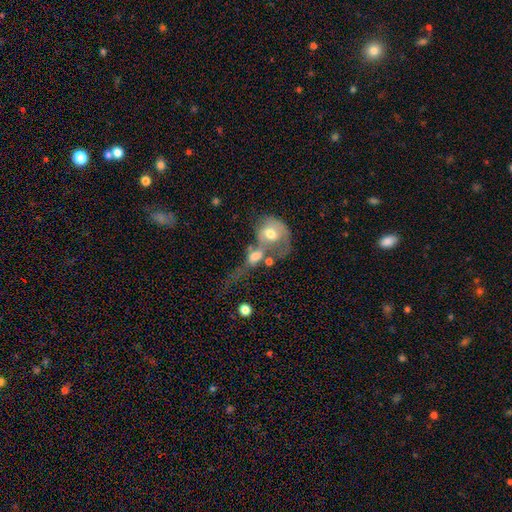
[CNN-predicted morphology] Smooth or featured? Predicted: smooth (p=0.46). Merging? Predicted: merger (p=0.64).